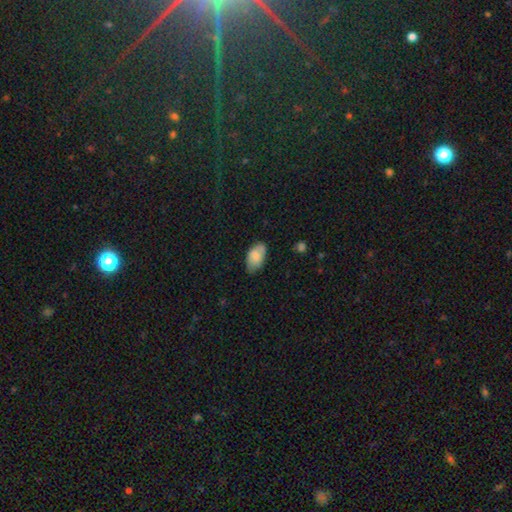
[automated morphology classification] The model was most divided on "merging": none: 68%, minor disturbance: 27%, major disturbance: 4%, merger: 1%. More confident: how rounded — in between (94%); smooth or featured — smooth (80%).